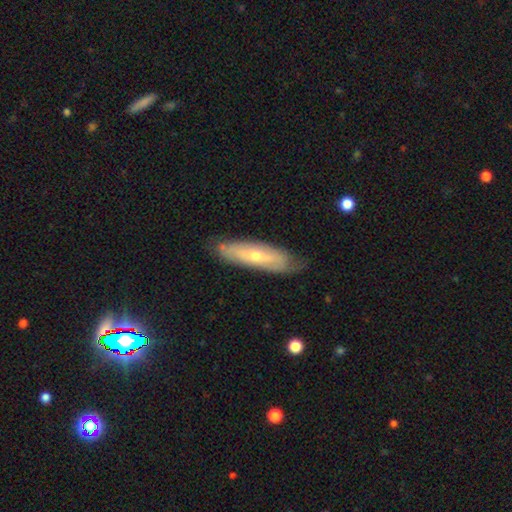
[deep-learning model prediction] smooth-or-featured: featured or disk: 53% | smooth: 41% | star or artifact: 6%
  disk-edge-on: no: 60% | yes: 40%
  merging: none: 74% | minor disturbance: 20% | major disturbance: 4% | merger: 2%